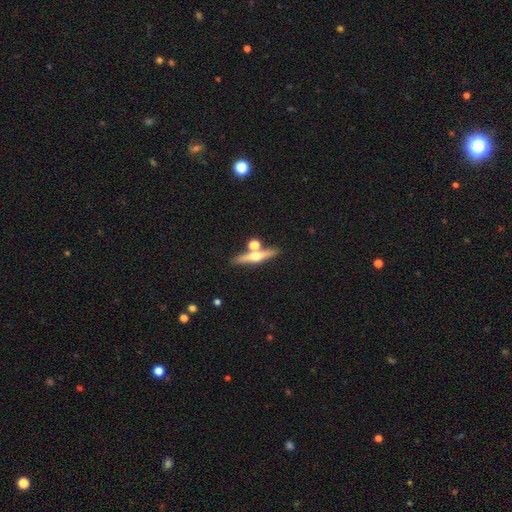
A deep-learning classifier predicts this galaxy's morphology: smooth-or-featured: featured or disk: 59% | smooth: 34% | star or artifact: 7%
  disk-edge-on: yes: 93% | no: 7%
    edge-on-bulge: rounded: 93% | none: 4% | boxy: 2%
  merging: none: 71% | merger: 18% | minor disturbance: 9% | major disturbance: 3%